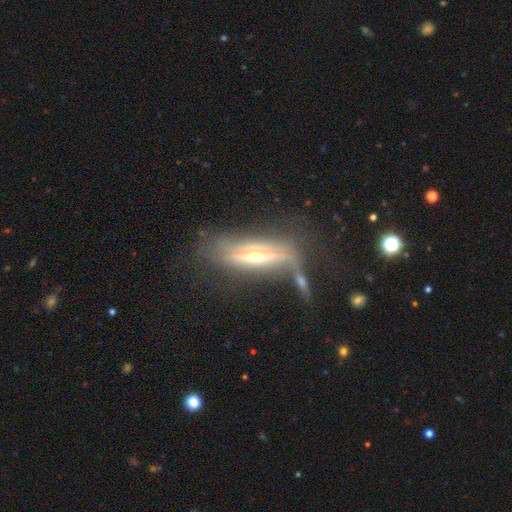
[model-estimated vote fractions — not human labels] Smooth or featured?
  - featured or disk: 75% *
  - smooth: 17%
  - star or artifact: 8%
Edge-on disk?
  - yes: 79% *
  - no: 21%
Edge-on bulge?
  - rounded: 84% *
  - none: 11%
  - boxy: 5%
Merging?
  - none: 54% *
  - minor disturbance: 22%
  - major disturbance: 14%
  - merger: 10%